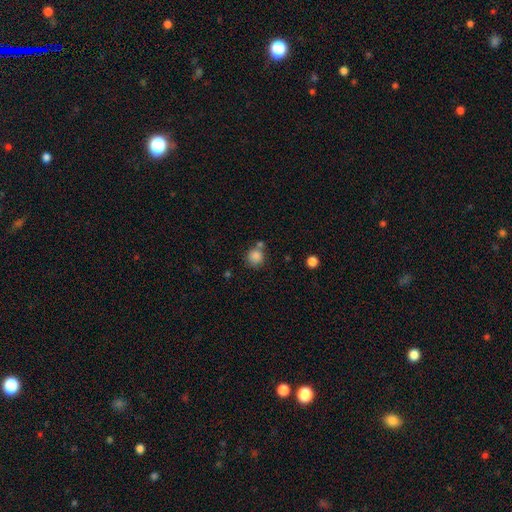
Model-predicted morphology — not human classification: Smooth or featured? smooth (85%)
How rounded? round (89%)
Merging? none (63%)